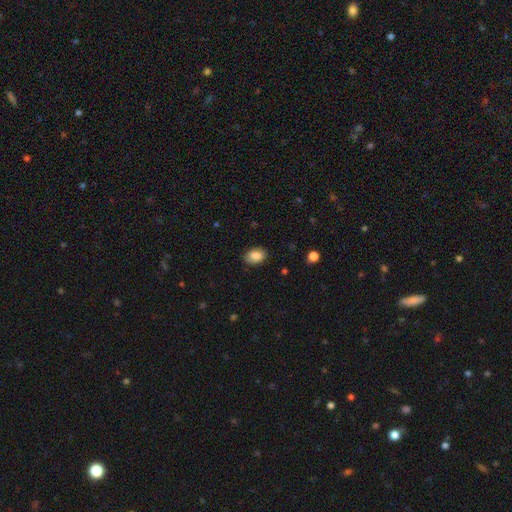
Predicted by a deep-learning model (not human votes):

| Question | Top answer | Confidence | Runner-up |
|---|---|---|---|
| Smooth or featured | smooth | 86% | star or artifact (8%) |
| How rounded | in between | 83% | round (16%) |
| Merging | none | 85% | minor disturbance (11%) |